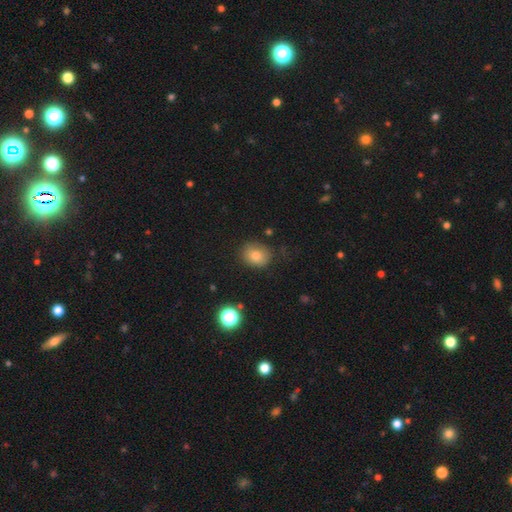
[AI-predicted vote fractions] Morphology: type=smooth (77%); roundness=round (61%); merging=none (79%).